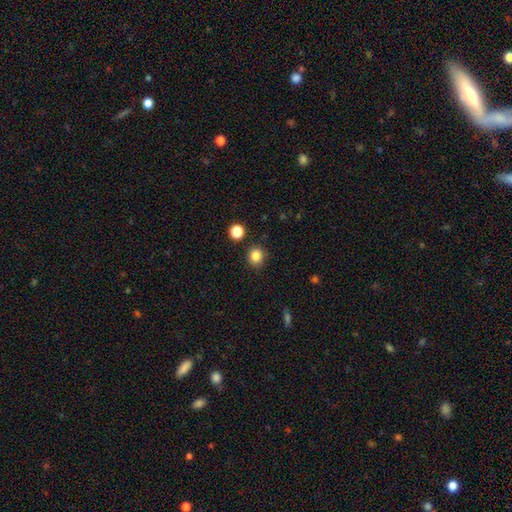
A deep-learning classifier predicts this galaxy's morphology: A smooth galaxy with no disk features (84%) that is round (87%). Merging: none (89%).